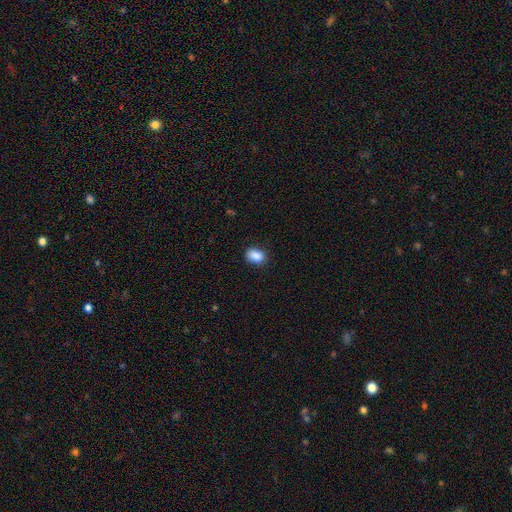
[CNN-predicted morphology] Smooth or featured: smooth — 88% (star or artifact — 8%)
How rounded: in between — 74% (round — 25%)
Merging: none — 82% (minor disturbance — 14%)